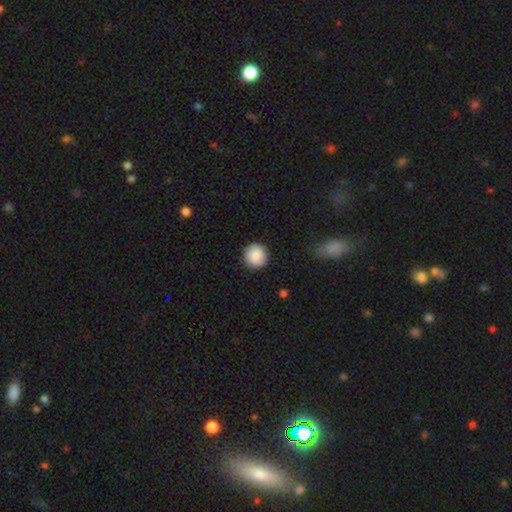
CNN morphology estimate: This appears to be a smooth galaxy with no disk features (88%) that is round (94%). Merging: none (90%).